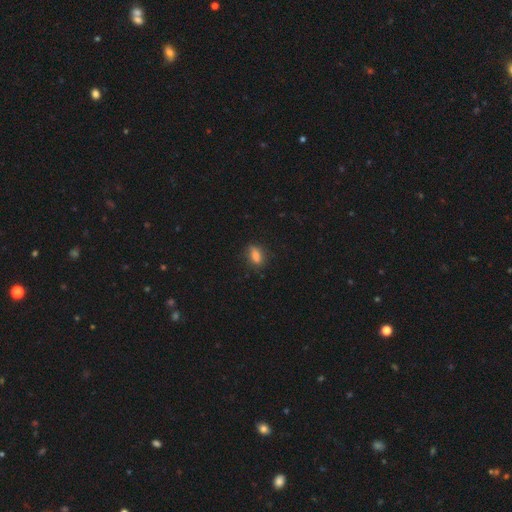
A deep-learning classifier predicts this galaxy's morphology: Smooth or featured? Predicted: smooth (p=0.81). How rounded? Predicted: in between (p=0.75). Merging? Predicted: none (p=0.74).